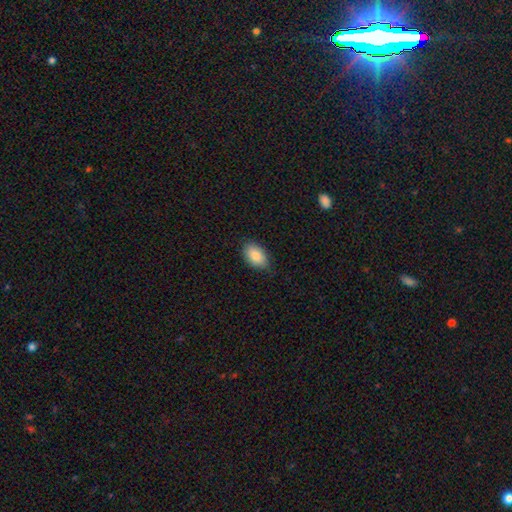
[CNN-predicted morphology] smooth 86%, featured or disk 7%, star or artifact 7%. Down the decision tree: how rounded — in between (92%); merging — none (82%).